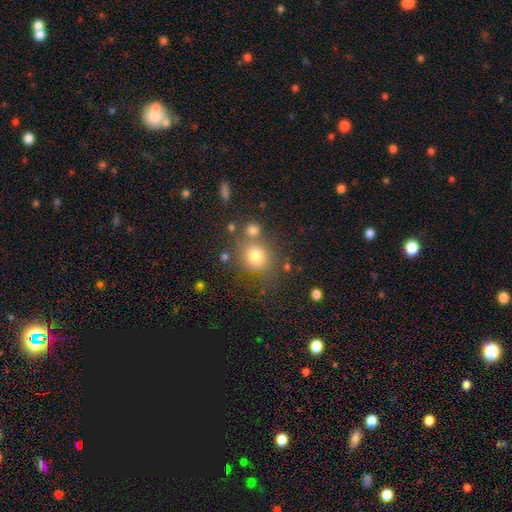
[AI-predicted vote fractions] This appears to be a smooth galaxy with no disk features (77%) that is round (82%). Merging: none (63%).